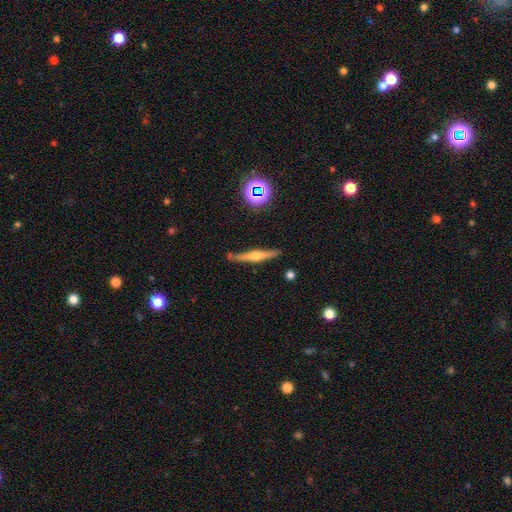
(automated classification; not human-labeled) The model was most divided on "smooth or featured": featured or disk: 68%, smooth: 24%, star or artifact: 8%. More confident: edge-on disk — yes (97%); edge-on bulge — rounded (91%); merging — none (85%).